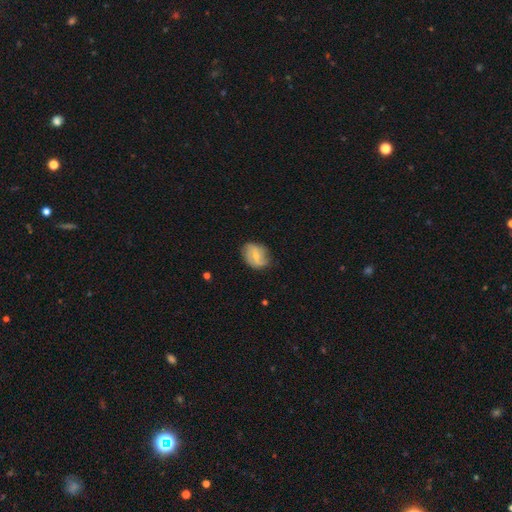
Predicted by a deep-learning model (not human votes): Morphology: type=featured or disk (55%); edge-on=no (96%); bar=weak (51%); spiral arms=yes (78%); bulge=small (58%); merging=none (69%).